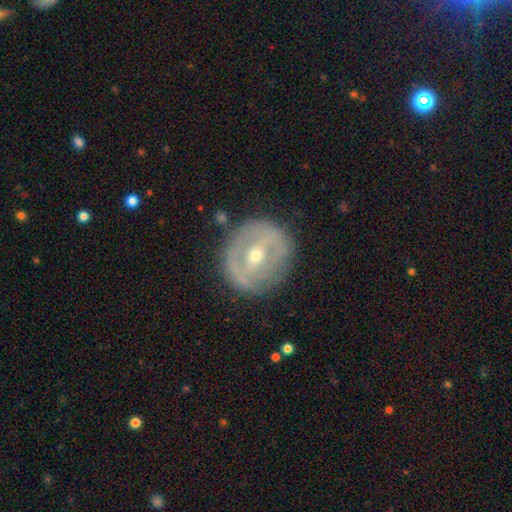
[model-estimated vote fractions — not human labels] featured or disk 71%, smooth 23%, star or artifact 6%. Down the decision tree: edge-on disk — no (94%); bar — weak (40%); spiral arms — no (62%); bulge size — small (50%); merging — none (80%).